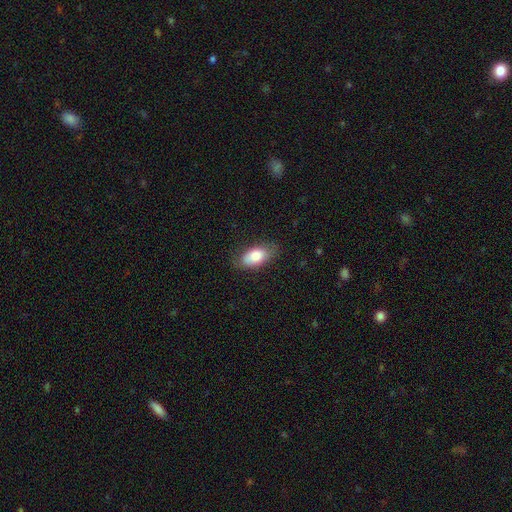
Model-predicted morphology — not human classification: A smooth galaxy with no disk features (79%) that is in between round and cigar-shaped (91%).

Vote fractions:
- Smooth or featured? smooth: 79% / featured or disk: 14% / star or artifact: 7%
- How rounded? in between: 91% / cigar-shaped: 5% / round: 4%
- Merging? none: 75% / minor disturbance: 19% / major disturbance: 4% / merger: 1%